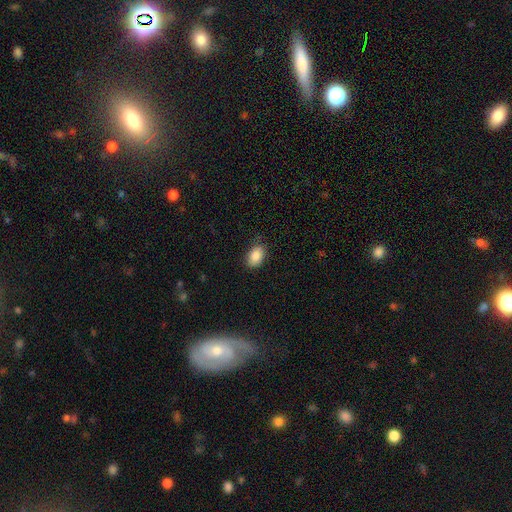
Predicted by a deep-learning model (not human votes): smooth_or_featured: smooth (p=0.88) [alt: star or artifact p=0.08]
how_rounded: in between (p=0.87) [alt: round p=0.12]
merging: none (p=0.81) [alt: minor disturbance p=0.15]